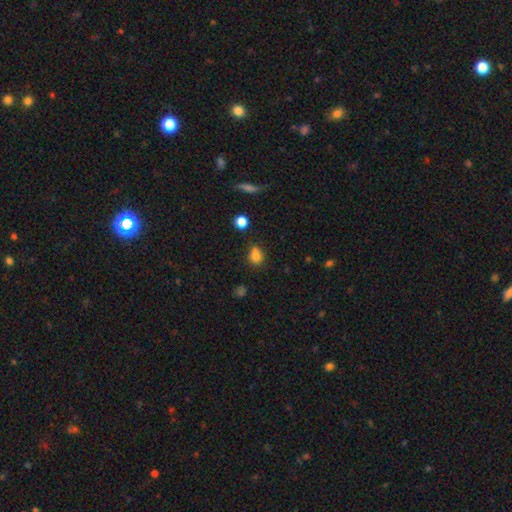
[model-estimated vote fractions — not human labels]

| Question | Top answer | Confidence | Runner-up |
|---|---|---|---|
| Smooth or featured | smooth | 79% | star or artifact (14%) |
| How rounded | round | 64% | in between (35%) |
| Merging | none | 56% | merger (19%) |